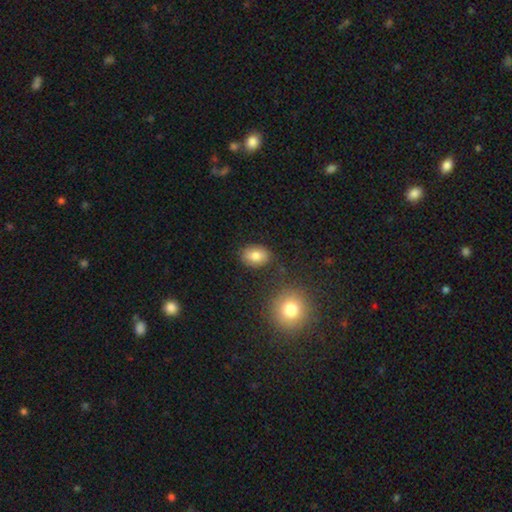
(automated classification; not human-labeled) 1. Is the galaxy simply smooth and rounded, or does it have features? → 81% smooth, 11% featured or disk, 9% star or artifact.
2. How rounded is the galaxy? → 75% in between, 24% round, 1% cigar-shaped.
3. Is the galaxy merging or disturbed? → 82% none, 11% minor disturbance, 4% merger, 3% major disturbance.